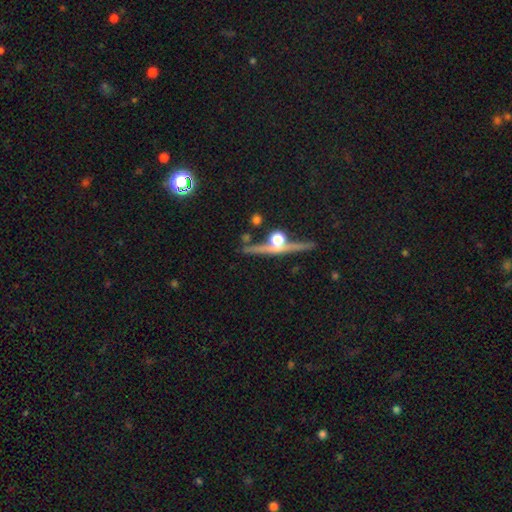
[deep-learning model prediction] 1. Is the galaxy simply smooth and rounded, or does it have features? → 77% featured or disk, 12% smooth, 12% star or artifact.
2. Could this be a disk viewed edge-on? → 94% yes, 6% no.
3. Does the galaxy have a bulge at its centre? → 90% rounded, 6% none, 4% boxy.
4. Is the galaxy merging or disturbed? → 78% none, 11% minor disturbance, 6% merger, 4% major disturbance.